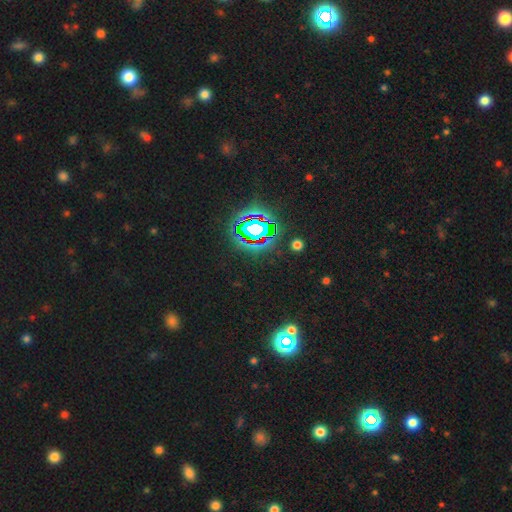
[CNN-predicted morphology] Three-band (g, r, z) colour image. It shows a star or artifact, not a galaxy (82%).